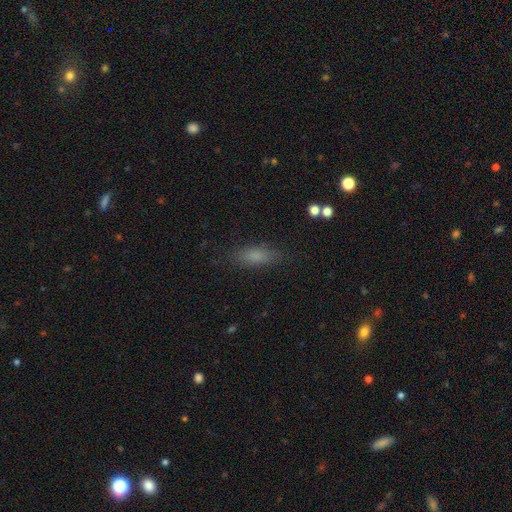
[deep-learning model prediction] Morphology: type=smooth (78%); roundness=in between (60%); merging=none (83%).